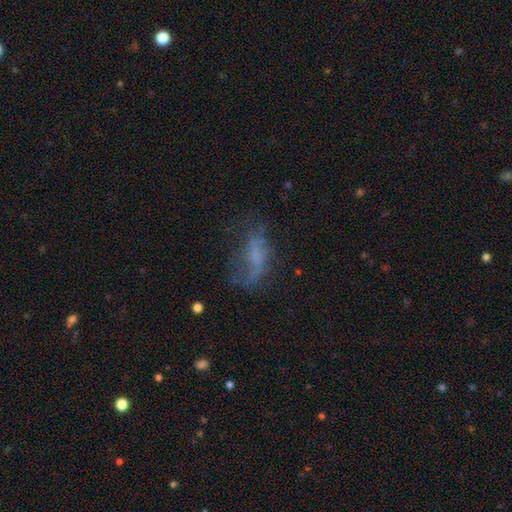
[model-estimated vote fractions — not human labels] Smooth or featured?
  - featured or disk: 47% *
  - smooth: 36%
  - star or artifact: 17%
Merging?
  - none: 39% *
  - major disturbance: 34%
  - minor disturbance: 23%
  - merger: 4%